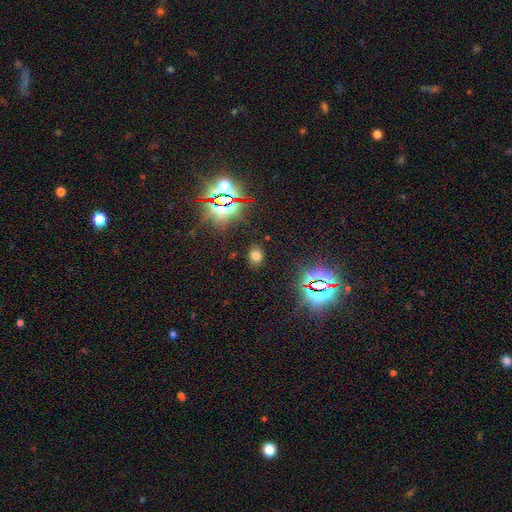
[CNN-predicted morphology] Smooth or featured: smooth — 63% (star or artifact — 29%)
How rounded: round — 52% (in between — 47%)
Merging: none — 85% (minor disturbance — 9%)